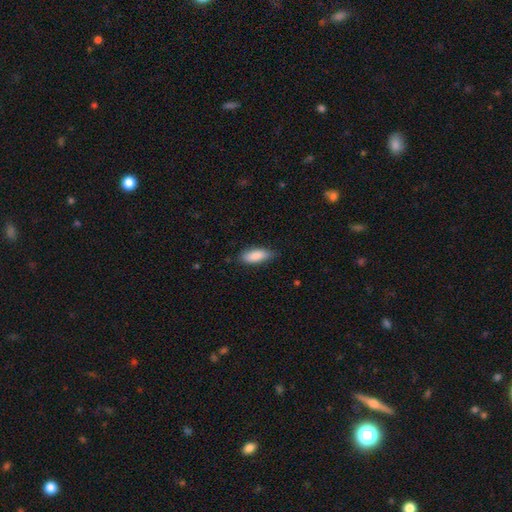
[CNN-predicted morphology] Overall: smooth (88%). How rounded: in between (79%). Merging: none (73%).